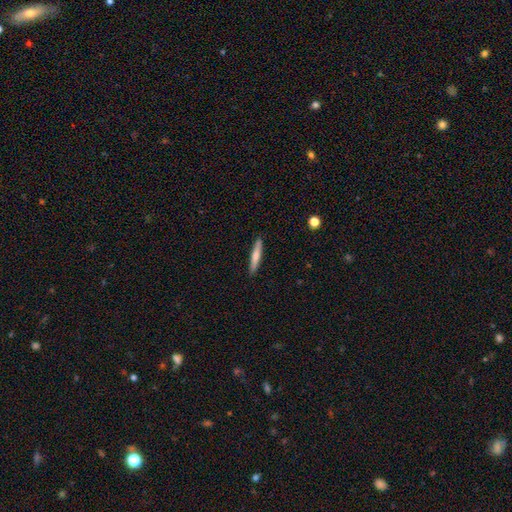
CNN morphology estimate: smooth 63%, featured or disk 31%, star or artifact 6%. Down the decision tree: how rounded — cigar-shaped (93%); merging — none (91%).